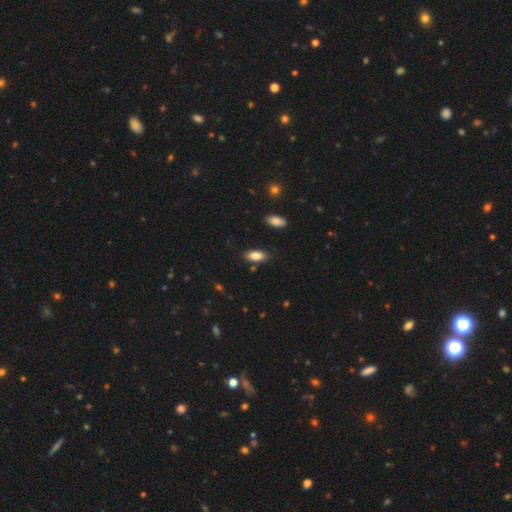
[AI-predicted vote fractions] This appears to be a smooth galaxy with no disk features (85%) that is in between round and cigar-shaped (88%). Merging: none (82%).